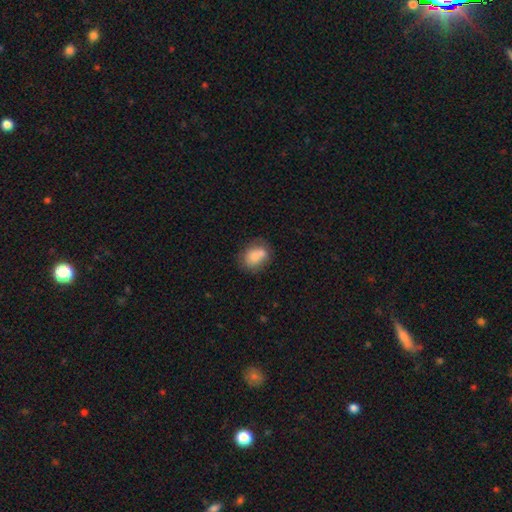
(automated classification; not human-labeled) smooth_or_featured: smooth (p=0.77) [alt: featured or disk p=0.15]
how_rounded: in between (p=0.54) [alt: round p=0.45]
merging: none (p=0.44) [alt: merger p=0.34]